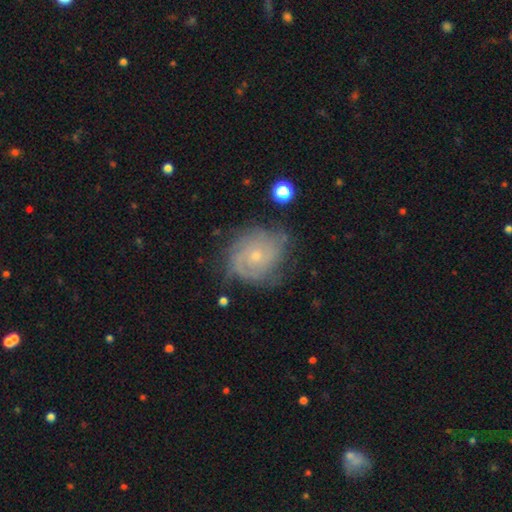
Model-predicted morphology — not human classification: type=featured or disk (76%); edge-on=no (98%); bar=no (79%); spiral arms=yes (91%); winding=tight (64%); arm count=can't tell (39%); bulge=small (70%); merging=none (67%).